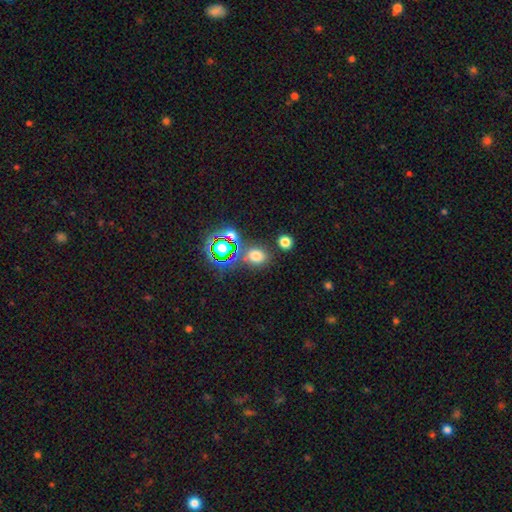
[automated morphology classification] This is likely a smooth galaxy (64%). How rounded: possibly round (53%). Merging: likely none (74%).